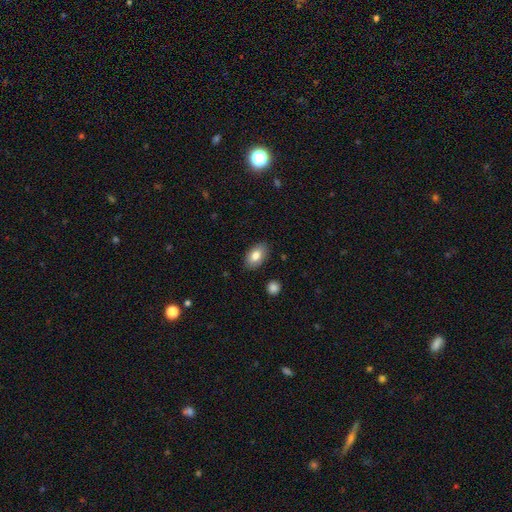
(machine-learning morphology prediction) Smooth or featured? Predicted: smooth (p=0.82). How rounded? Predicted: in between (p=0.92). Merging? Predicted: none (p=0.86).